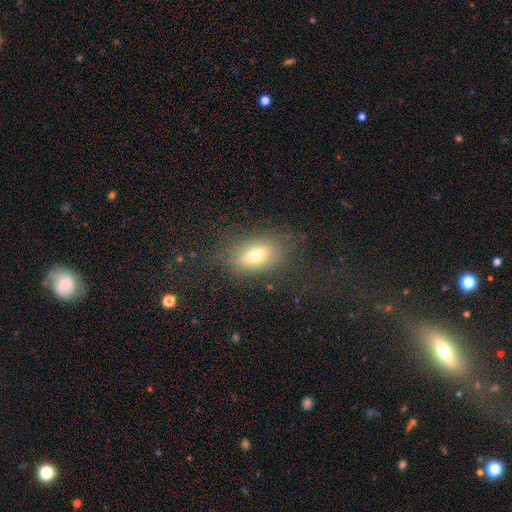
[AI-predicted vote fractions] This is likely a smooth galaxy (69%). How rounded: clearly in between (82%). Merging: likely none (72%).